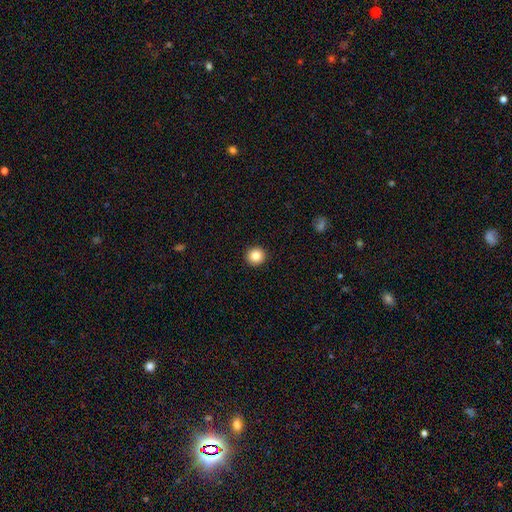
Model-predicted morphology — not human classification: smooth-or-featured: smooth: 85% | star or artifact: 10% | featured or disk: 6%
  how-rounded: round: 93% | in between: 6% | cigar-shaped: 1%
  merging: none: 93% | minor disturbance: 4% | major disturbance: 1% | merger: 1%